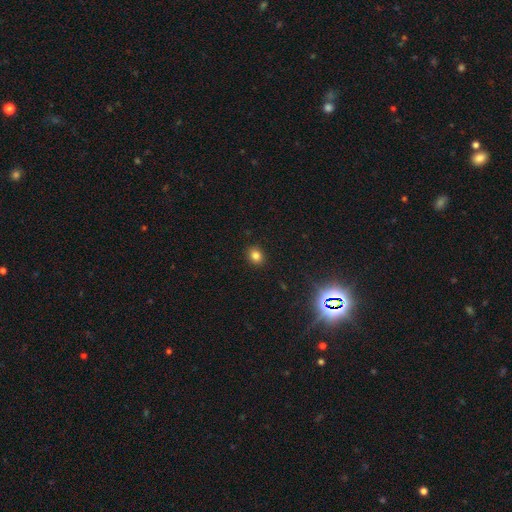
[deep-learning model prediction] smooth-or-featured: smooth: 82% | star or artifact: 13% | featured or disk: 5%
  how-rounded: round: 60% | in between: 39% | cigar-shaped: 1%
  merging: none: 90% | minor disturbance: 7% | major disturbance: 2% | merger: 1%